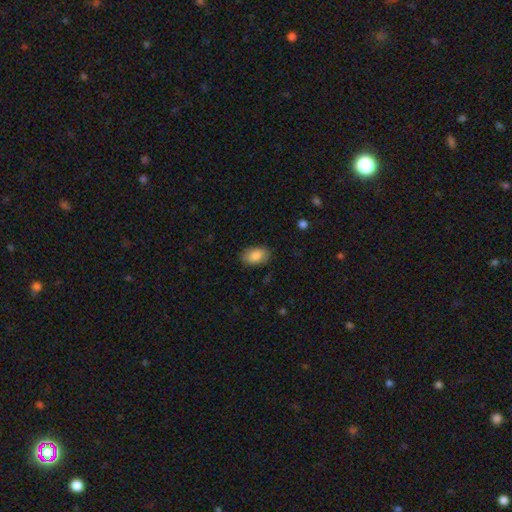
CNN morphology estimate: smooth 84%, featured or disk 9%, star or artifact 7%. Down the decision tree: how rounded — in between (89%); merging — none (82%).